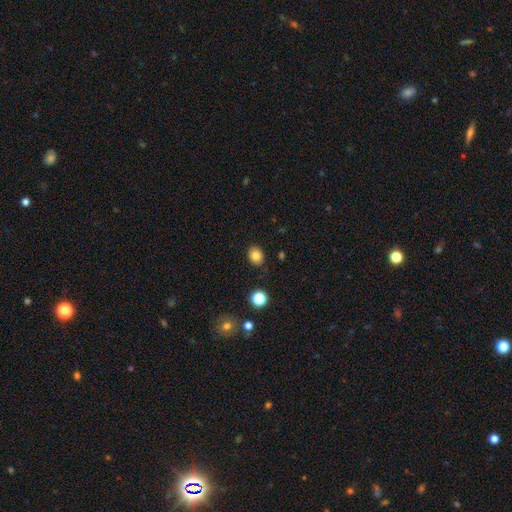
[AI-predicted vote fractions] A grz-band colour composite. It shows a smooth galaxy with no disk features (81%) that is round (55%). Merging: none (85%).